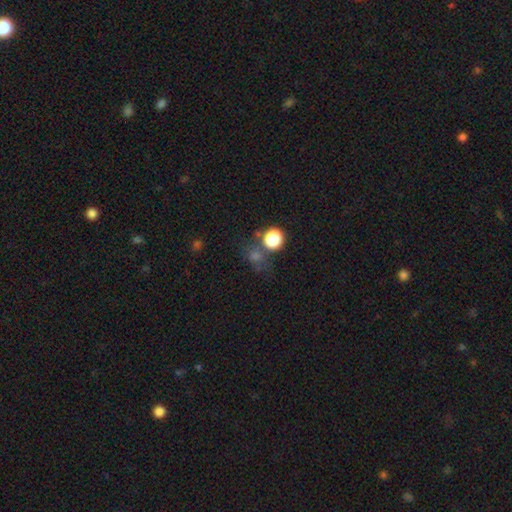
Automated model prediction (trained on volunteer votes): smooth-or-featured: smooth: 66% | star or artifact: 27% | featured or disk: 8%
  how-rounded: round: 82% | in between: 17% | cigar-shaped: 1%
  merging: none: 62% | merger: 18% | minor disturbance: 12% | major disturbance: 8%